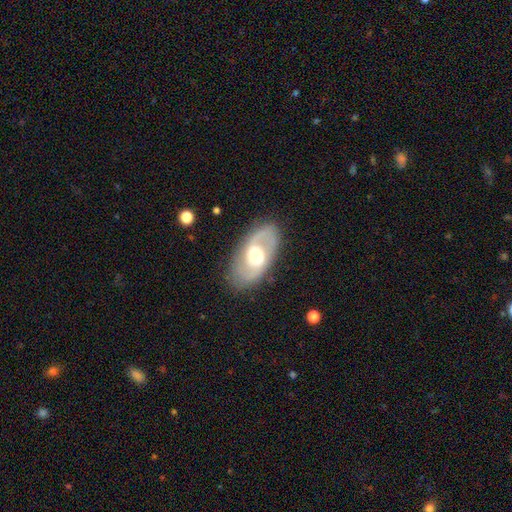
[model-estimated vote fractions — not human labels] smooth_or_featured: featured or disk (p=0.72) [alt: smooth p=0.22]
disk_edge_on: no (p=0.93) [alt: yes p=0.07]
bar: weak (p=0.48) [alt: no p=0.35]
has_spiral_arms: yes (p=0.79) [alt: no p=0.21]
spiral_winding: medium (p=0.46) [alt: loose p=0.35]
spiral_arm_count: 2 (p=0.86) [alt: can't tell p=0.08]
bulge_size: moderate (p=0.56) [alt: large p=0.32]
merging: none (p=0.82) [alt: minor disturbance p=0.12]